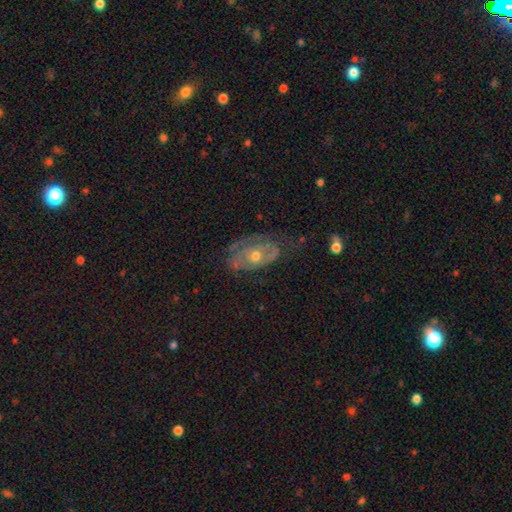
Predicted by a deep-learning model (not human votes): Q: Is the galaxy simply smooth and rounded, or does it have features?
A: featured or disk — 71%.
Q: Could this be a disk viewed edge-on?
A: no — 93%.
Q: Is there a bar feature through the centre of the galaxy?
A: no — 83%.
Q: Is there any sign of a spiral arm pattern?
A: yes — 65%.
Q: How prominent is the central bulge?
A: moderate — 64%.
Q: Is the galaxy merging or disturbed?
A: none — 55%.